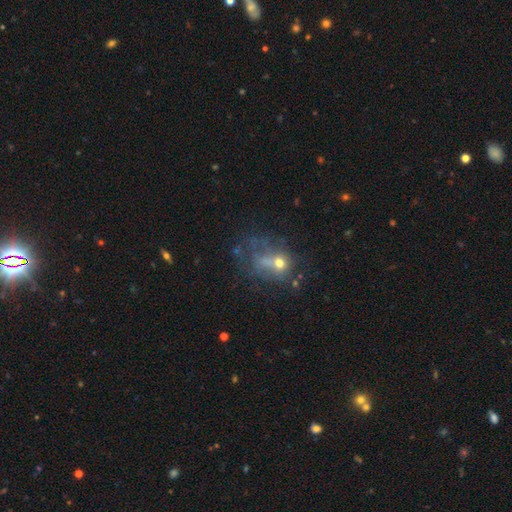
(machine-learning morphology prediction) smooth-or-featured: featured or disk: 44% | smooth: 30% | star or artifact: 27%
  merging: none: 36% | major disturbance: 33% | minor disturbance: 17% | merger: 13%